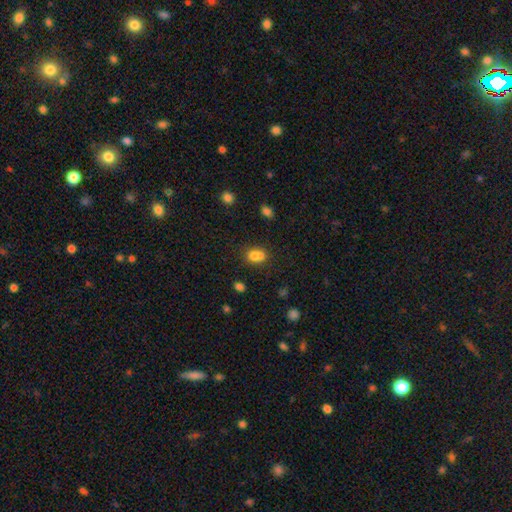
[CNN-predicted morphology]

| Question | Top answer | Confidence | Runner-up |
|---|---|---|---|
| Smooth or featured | smooth | 76% | featured or disk (12%) |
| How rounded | in between | 64% | round (34%) |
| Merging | merger | 46% | none (38%) |